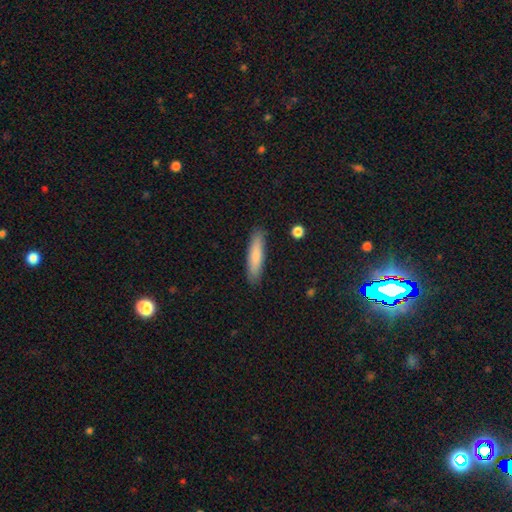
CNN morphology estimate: type=smooth (79%); roundness=cigar-shaped (81%); merging=none (87%).